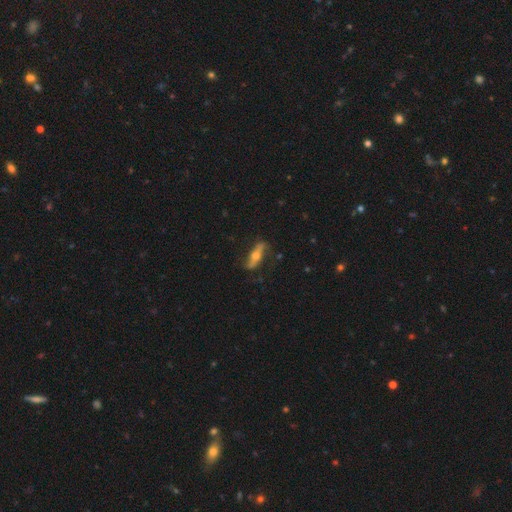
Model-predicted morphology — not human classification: This appears to be a featured or disk galaxy (70%). Merging: none (78%).